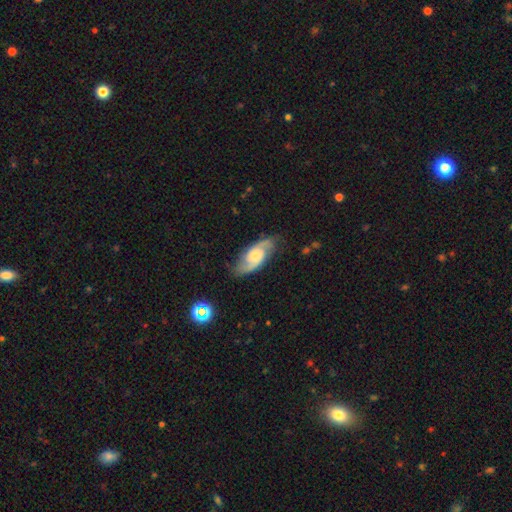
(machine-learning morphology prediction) Smooth or featured? featured or disk (77%)
Edge-on disk? no (93%)
Bar? no (62%)
Spiral arms? yes (95%)
Spiral winding? medium (49%)
Spiral arm count? 2 (88%)
Bulge size? moderate (44%)
Merging? none (77%)